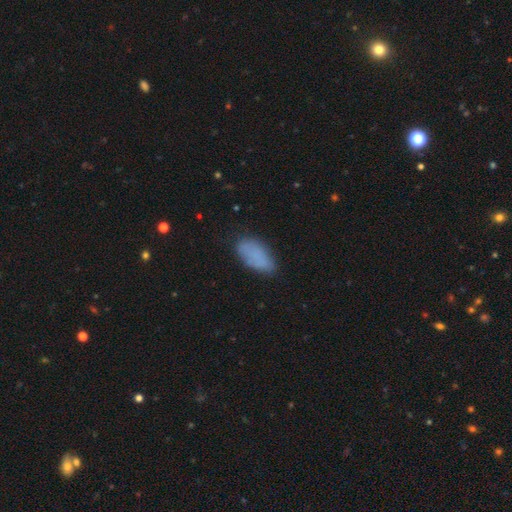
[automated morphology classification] This is clearly a smooth galaxy (80%). How rounded: clearly in between (91%). Merging: likely none (72%).